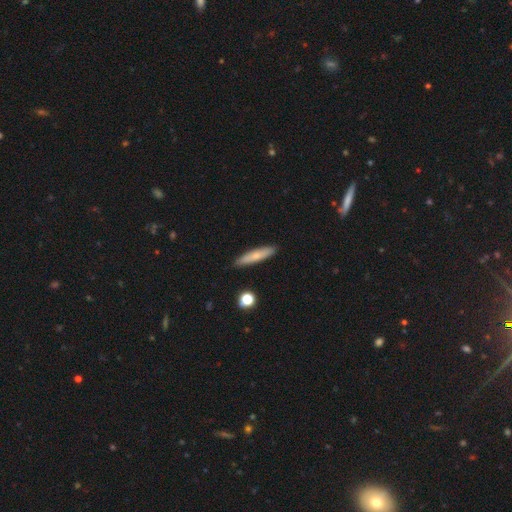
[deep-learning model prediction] smooth_or_featured: smooth (p=0.67) [alt: featured or disk p=0.26]
how_rounded: cigar-shaped (p=0.86) [alt: in between p=0.12]
merging: none (p=0.88) [alt: minor disturbance p=0.08]